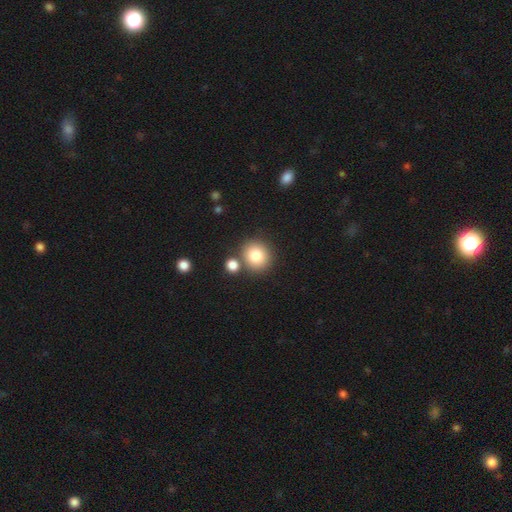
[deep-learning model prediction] A smooth galaxy with no disk features (82%) that is round (83%). Merging: none (73%).